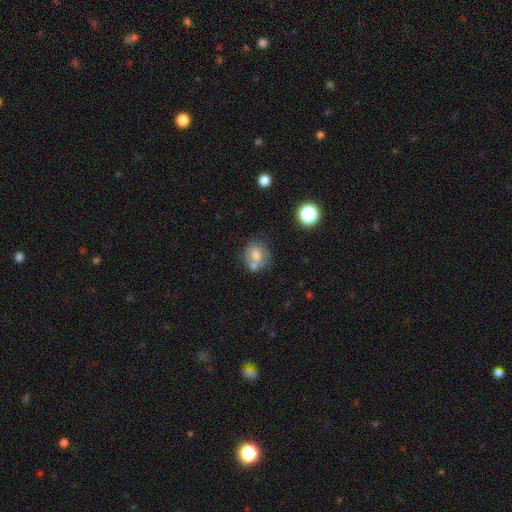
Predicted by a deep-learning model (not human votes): Morphology: type=smooth (66%); roundness=round (76%); merging=none (52%).